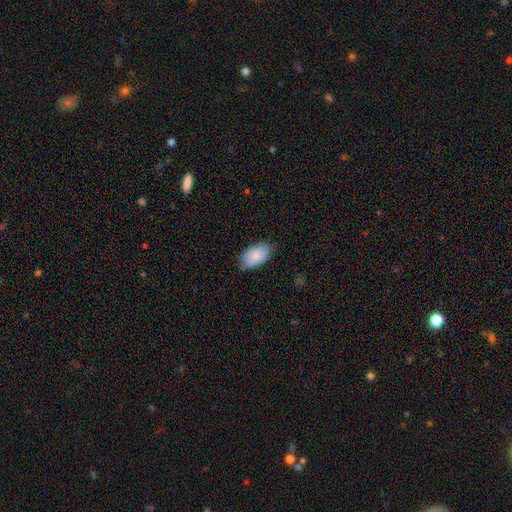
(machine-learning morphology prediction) A smooth galaxy with no disk features (83%) that is in between round and cigar-shaped (95%). Merging: none (73%).